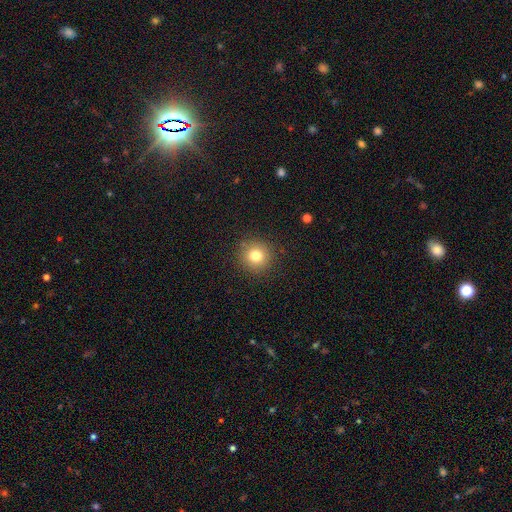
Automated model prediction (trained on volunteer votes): A smooth galaxy with no disk features (79%) that is round (93%). Merging: none (89%).